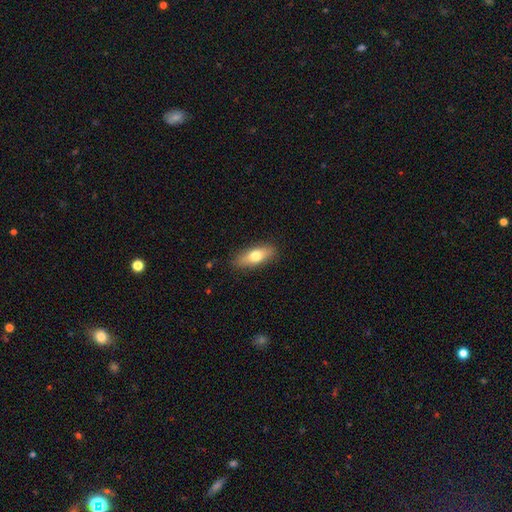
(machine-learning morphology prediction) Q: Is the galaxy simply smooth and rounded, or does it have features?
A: smooth — 68%.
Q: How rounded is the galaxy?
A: in between — 66%.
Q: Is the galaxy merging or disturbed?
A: none — 86%.